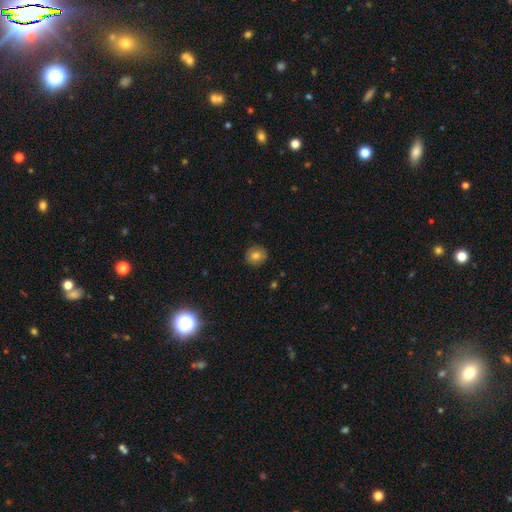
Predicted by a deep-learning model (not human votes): Smooth or featured?
  - smooth: 78% *
  - featured or disk: 12%
  - star or artifact: 10%
How rounded?
  - round: 89% *
  - in between: 10%
  - cigar-shaped: 1%
Merging?
  - none: 89% *
  - minor disturbance: 8%
  - major disturbance: 2%
  - merger: 1%